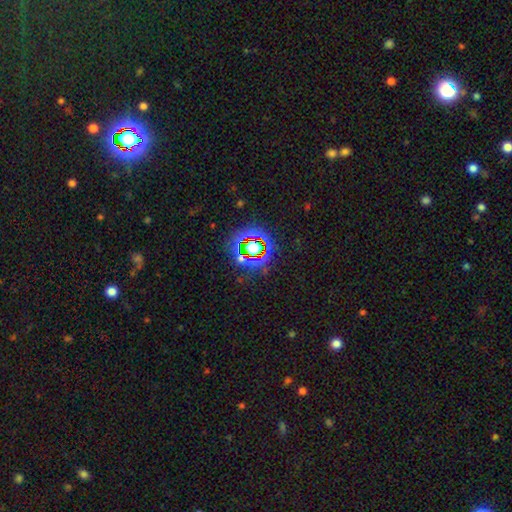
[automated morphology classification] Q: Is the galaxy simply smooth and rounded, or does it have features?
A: star or artifact — 77%.